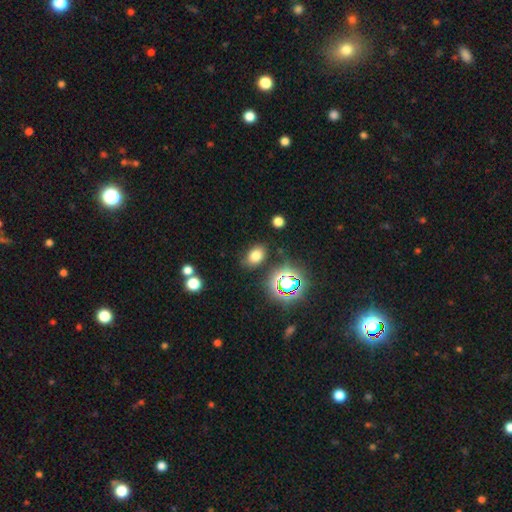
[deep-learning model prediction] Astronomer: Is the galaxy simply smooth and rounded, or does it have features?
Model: smooth — 73%.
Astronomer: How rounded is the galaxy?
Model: in between — 77%.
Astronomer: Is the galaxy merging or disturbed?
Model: none — 81%.